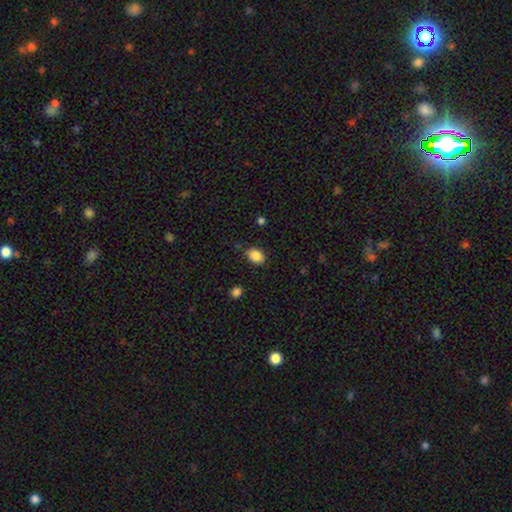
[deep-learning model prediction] Smooth or featured? Predicted: smooth (p=0.87). How rounded? Predicted: in between (p=0.63). Merging? Predicted: none (p=0.81).